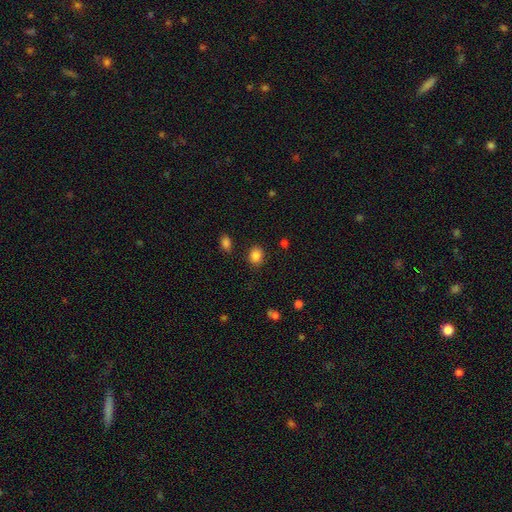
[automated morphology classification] Smooth or featured? smooth (85%)
How rounded? round (63%)
Merging? none (85%)